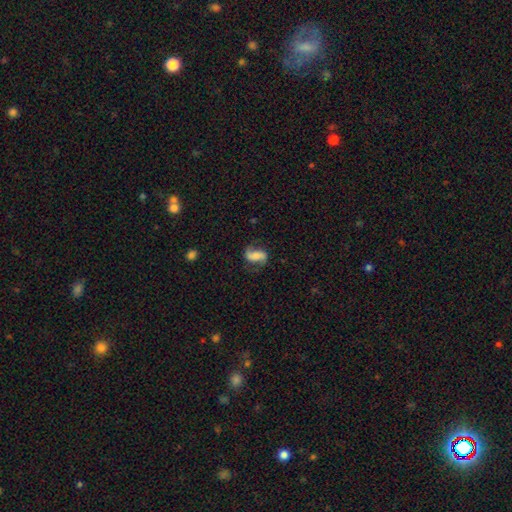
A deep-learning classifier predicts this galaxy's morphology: Smooth or featured: featured or disk — 58% (smooth — 33%)
Edge-on disk: no — 96% (yes — 4%)
Bar: no — 39% (weak — 32%)
Spiral arms: yes — 91% (no — 9%)
Spiral winding: loose — 58% (medium — 31%)
Spiral arm count: 2 — 88% (1 — 5%)
Bulge size: small — 31% (moderate — 27%)
Merging: none — 67% (minor disturbance — 20%)